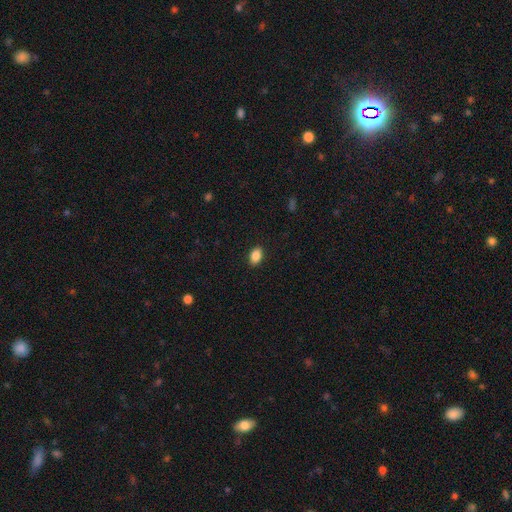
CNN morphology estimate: This is clearly a smooth galaxy (87%). How rounded: clearly in between (88%). Merging: clearly none (89%).